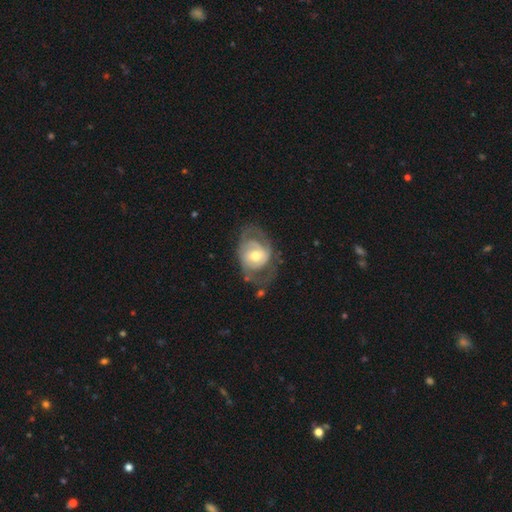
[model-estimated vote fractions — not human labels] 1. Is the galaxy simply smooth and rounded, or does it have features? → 71% featured or disk, 24% smooth, 5% star or artifact.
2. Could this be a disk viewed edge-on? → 96% no, 4% yes.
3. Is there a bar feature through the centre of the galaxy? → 59% no, 32% weak, 8% strong.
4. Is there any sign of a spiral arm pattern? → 75% yes, 25% no.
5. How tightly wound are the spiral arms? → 45% tight, 38% medium, 17% loose.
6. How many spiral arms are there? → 58% 2, 25% can't tell, 8% 1, 5% 3, 2% 4, 2% more than 4.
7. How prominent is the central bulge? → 69% moderate, 19% small, 10% large, 1% none, 1% dominant.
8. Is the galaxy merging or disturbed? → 51% none, 24% minor disturbance, 23% major disturbance, 2% merger.